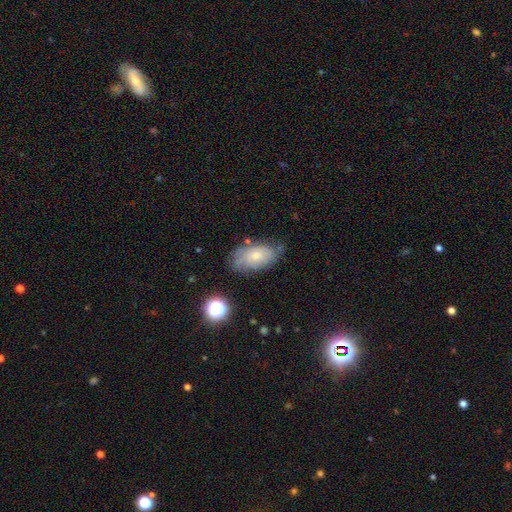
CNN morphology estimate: Smooth or featured? smooth (65%)
How rounded? in between (92%)
Merging? none (64%)